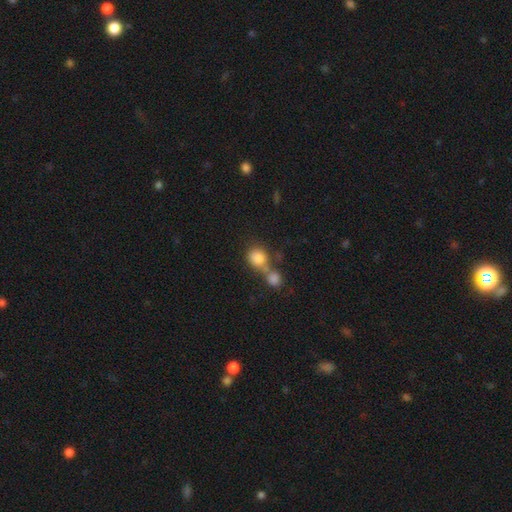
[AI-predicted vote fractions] smooth_or_featured: smooth (p=0.70) [alt: star or artifact p=0.20]
how_rounded: round (p=0.79) [alt: in between p=0.19]
merging: none (p=0.45) [alt: merger p=0.41]